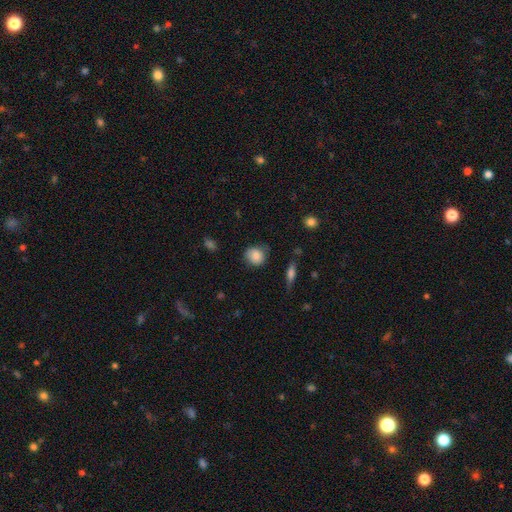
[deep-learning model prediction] Smooth or featured? smooth (84%)
How rounded? round (79%)
Merging? none (71%)